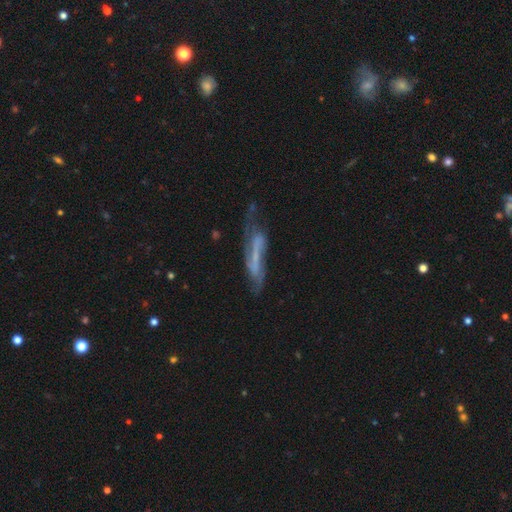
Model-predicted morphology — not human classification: featured or disk 63%, smooth 26%, star or artifact 10%. Down the decision tree: edge-on disk — no (62%); merging — none (47%).